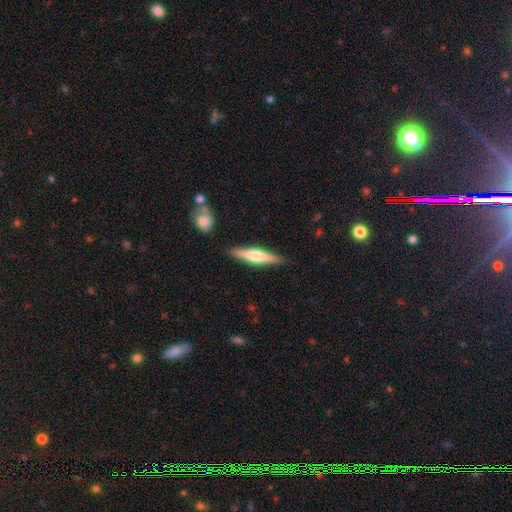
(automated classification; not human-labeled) A featured or disk galaxy (55%) viewed edge-on (96%) with a rounded central bulge (82%).

Vote fractions:
- Smooth or featured? featured or disk: 55% / smooth: 40% / star or artifact: 5%
- Edge-on disk? yes: 96% / no: 4%
- Edge-on bulge? rounded: 82% / boxy: 12% / none: 7%
- Merging? none: 87% / minor disturbance: 9% / merger: 2% / major disturbance: 2%